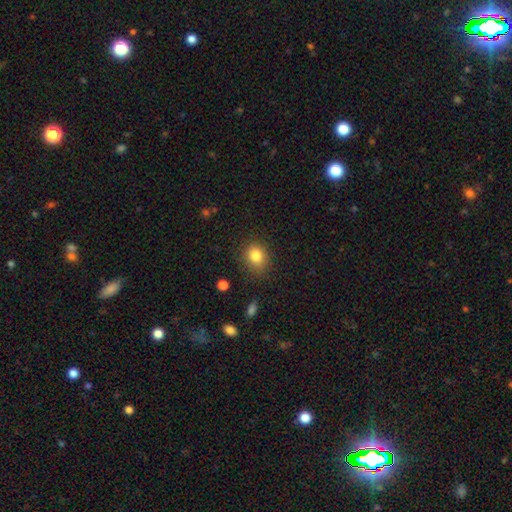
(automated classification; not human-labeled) smooth_or_featured: smooth (p=0.83) [alt: star or artifact p=0.11]
how_rounded: round (p=0.65) [alt: in between p=0.34]
merging: none (p=0.80) [alt: minor disturbance p=0.14]